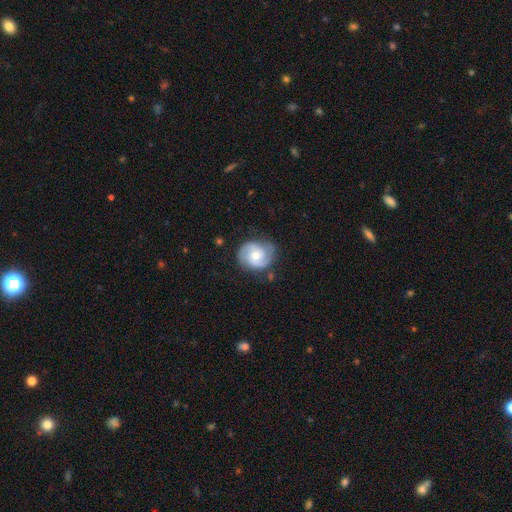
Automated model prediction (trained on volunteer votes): Smooth or featured? Predicted: featured or disk (p=0.80). Edge-on disk? Predicted: no (p=0.98). Bar? Predicted: no (p=0.61). Spiral arms? Predicted: yes (p=0.95). Spiral winding? Predicted: medium (p=0.45). Spiral arm count? Predicted: 2 (p=0.82). Bulge size? Predicted: moderate (p=0.59). Merging? Predicted: none (p=0.76).